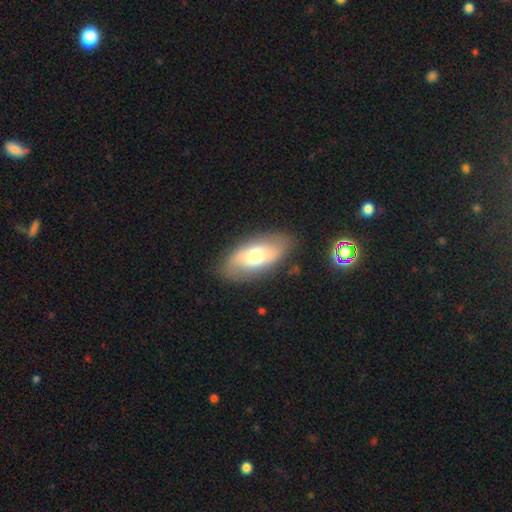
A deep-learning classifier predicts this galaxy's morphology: type=smooth (62%); roundness=in between (90%); merging=none (82%).